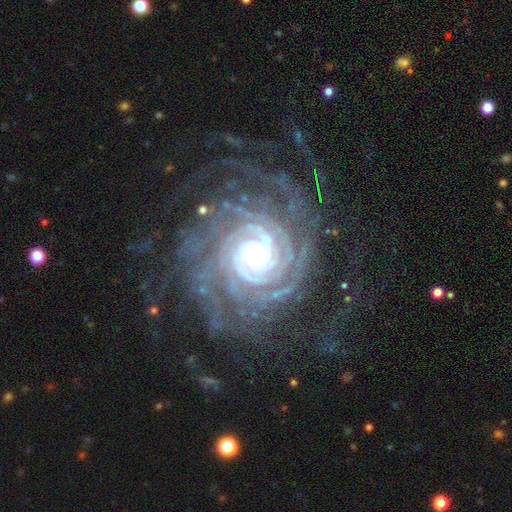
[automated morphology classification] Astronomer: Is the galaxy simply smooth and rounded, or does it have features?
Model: featured or disk — 91%.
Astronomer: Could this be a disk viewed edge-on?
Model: no — 97%.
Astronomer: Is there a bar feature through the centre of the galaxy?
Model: no — 66%.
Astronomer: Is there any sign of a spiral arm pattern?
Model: yes — 98%.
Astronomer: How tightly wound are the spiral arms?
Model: tight — 82%.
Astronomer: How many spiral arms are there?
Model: more than 4 — 26% (runner-up: can't tell, 19%).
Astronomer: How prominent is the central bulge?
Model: small — 75%.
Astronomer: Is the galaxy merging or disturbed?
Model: none — 69%.